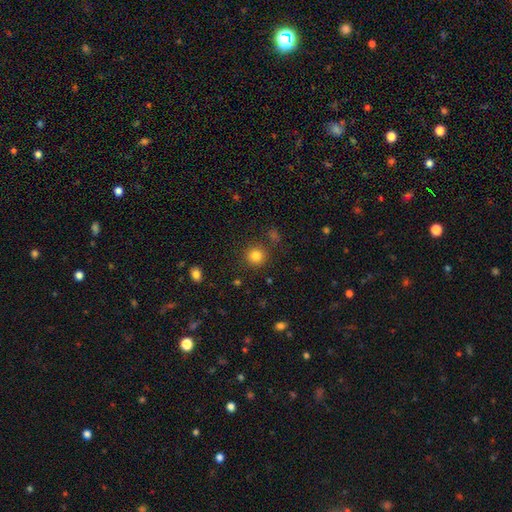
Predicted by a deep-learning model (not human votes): Smooth or featured?
  - smooth: 82% *
  - star or artifact: 12%
  - featured or disk: 6%
How rounded?
  - round: 92% *
  - in between: 7%
  - cigar-shaped: 1%
Merging?
  - none: 86% *
  - minor disturbance: 7%
  - merger: 3%
  - major disturbance: 3%